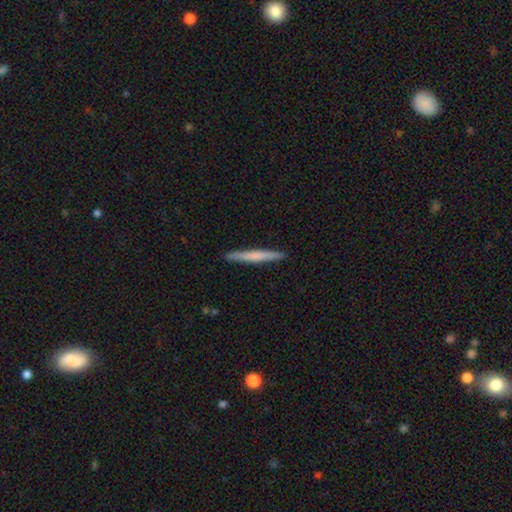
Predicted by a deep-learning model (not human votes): Q: Smooth or featured?
A: smooth (59%); runner-up: featured or disk (35%)
Q: How rounded?
A: cigar-shaped (97%); runner-up: in between (2%)
Q: Merging?
A: none (92%); runner-up: minor disturbance (6%)